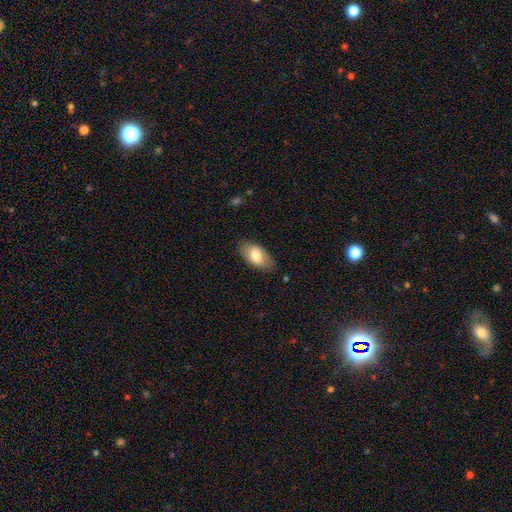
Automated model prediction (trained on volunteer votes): A smooth galaxy with no disk features (75%) that is in between round and cigar-shaped (94%).

Vote fractions:
- Smooth or featured? smooth: 75% / featured or disk: 18% / star or artifact: 6%
- How rounded? in between: 94% / round: 3% / cigar-shaped: 3%
- Merging? none: 81% / minor disturbance: 15% / major disturbance: 3% / merger: 1%